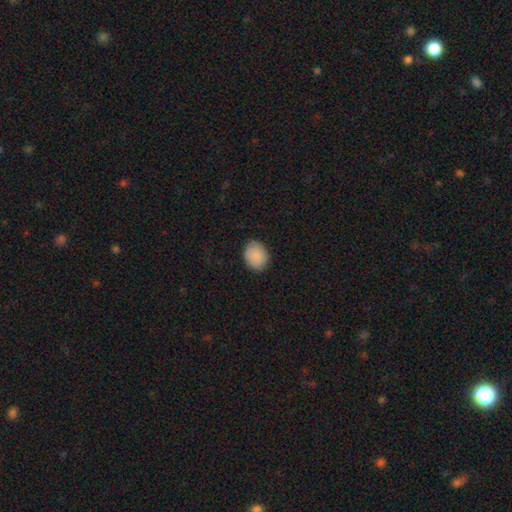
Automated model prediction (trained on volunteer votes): smooth_or_featured: smooth (p=0.88) [alt: star or artifact p=0.07]
how_rounded: round (p=0.51) [alt: in between p=0.49]
merging: none (p=0.83) [alt: minor disturbance p=0.13]